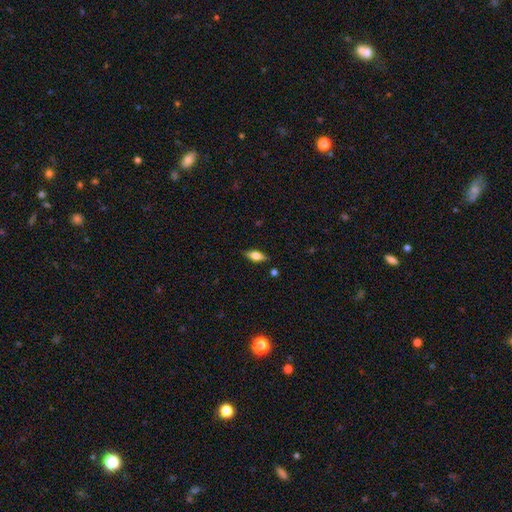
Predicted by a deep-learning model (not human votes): Overall: smooth (57%; featured or disk 36%). How rounded: in between (75%). Merging: none (85%).